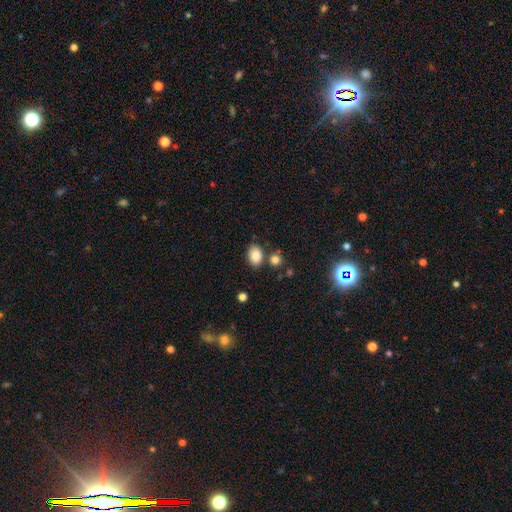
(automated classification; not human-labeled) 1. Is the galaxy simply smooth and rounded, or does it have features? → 85% smooth, 9% star or artifact, 6% featured or disk.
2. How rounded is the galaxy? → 74% in between, 25% round, 1% cigar-shaped.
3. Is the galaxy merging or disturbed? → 75% none, 12% minor disturbance, 9% merger, 3% major disturbance.